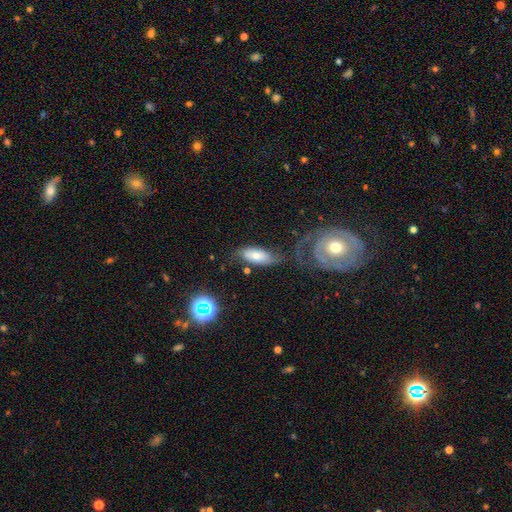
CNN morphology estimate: Smooth or featured: smooth — 60% (featured or disk — 31%)
How rounded: in between — 85% (cigar-shaped — 12%)
Merging: none — 48% (minor disturbance — 23%)